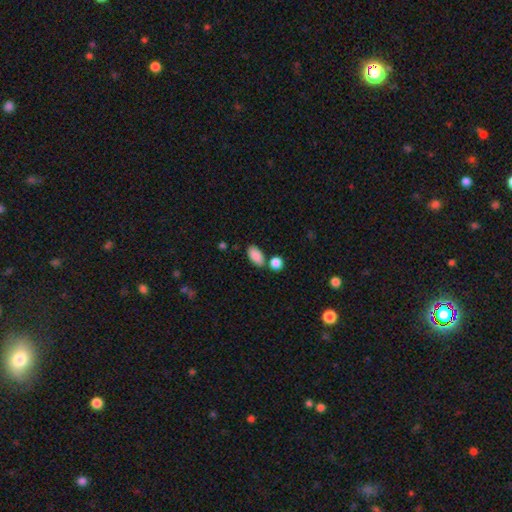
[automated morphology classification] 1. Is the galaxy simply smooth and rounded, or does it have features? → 89% smooth, 7% star or artifact, 4% featured or disk.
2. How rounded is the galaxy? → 92% in between, 5% round, 3% cigar-shaped.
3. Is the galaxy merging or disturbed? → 71% none, 14% merger, 11% minor disturbance, 3% major disturbance.